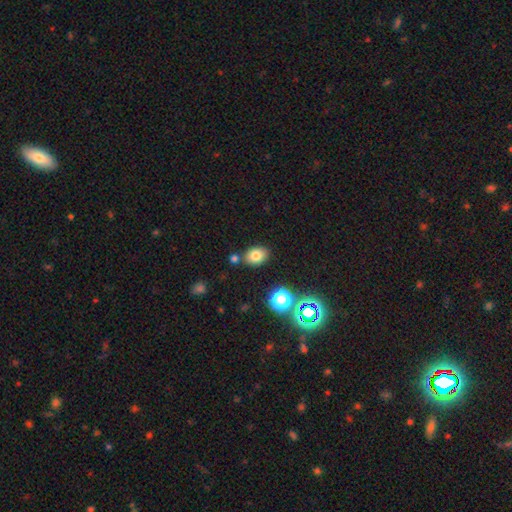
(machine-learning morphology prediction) A smooth galaxy with no disk features (77%) that is in between round and cigar-shaped (76%).

Vote fractions:
- Smooth or featured? smooth: 77% / star or artifact: 13% / featured or disk: 10%
- How rounded? in between: 76% / round: 23% / cigar-shaped: 1%
- Merging? none: 79% / minor disturbance: 11% / merger: 8% / major disturbance: 3%